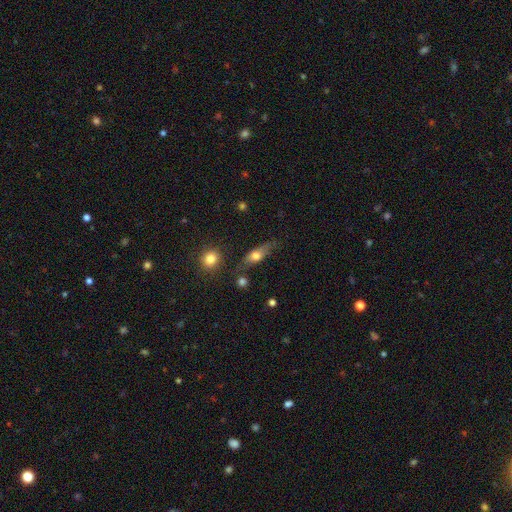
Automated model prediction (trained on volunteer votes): smooth_or_featured: smooth (p=0.59) [alt: featured or disk p=0.32]
how_rounded: in between (p=0.53) [alt: cigar-shaped p=0.39]
merging: none (p=0.59) [alt: minor disturbance p=0.25]